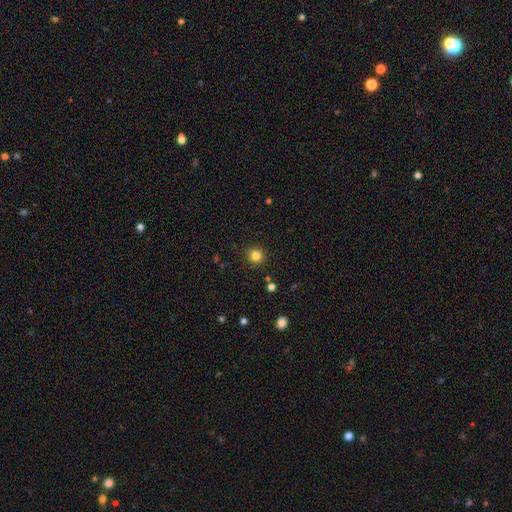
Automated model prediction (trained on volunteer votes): smooth_or_featured: smooth (p=0.82) [alt: star or artifact p=0.13]
how_rounded: round (p=0.94) [alt: in between p=0.05]
merging: none (p=0.91) [alt: minor disturbance p=0.05]